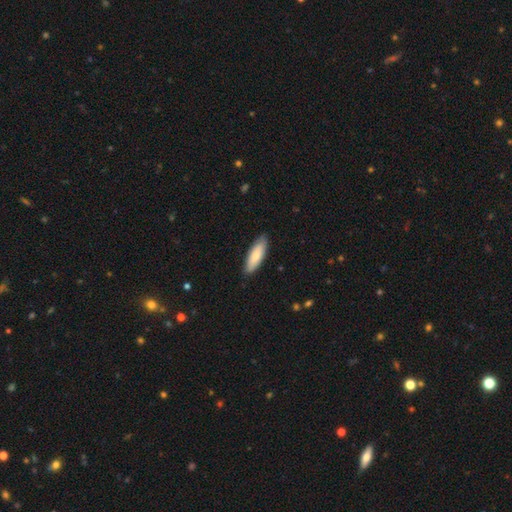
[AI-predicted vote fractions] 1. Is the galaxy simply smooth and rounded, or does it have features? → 77% smooth, 18% featured or disk, 5% star or artifact.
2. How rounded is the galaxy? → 58% in between, 40% cigar-shaped, 2% round.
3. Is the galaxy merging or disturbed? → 86% none, 11% minor disturbance, 2% major disturbance, 1% merger.